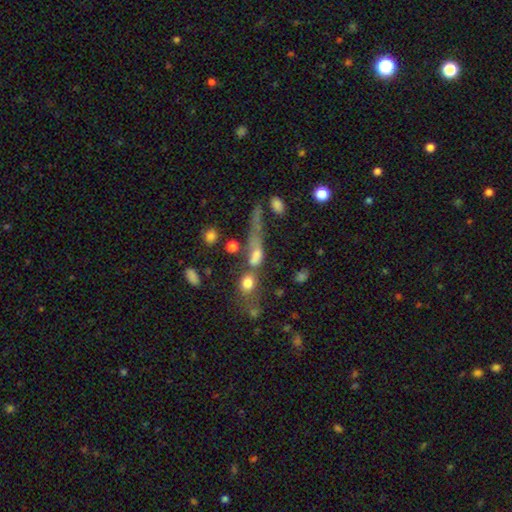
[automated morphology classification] type=smooth (56%); roundness=cigar-shaped (38%, tied with in between); merging=merger (37%).